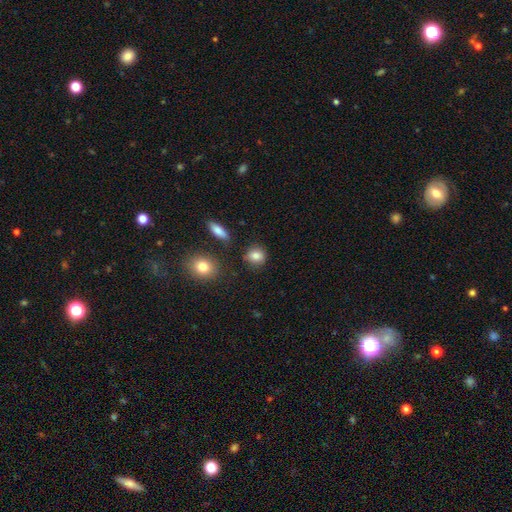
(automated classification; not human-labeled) A smooth galaxy with no disk features (83%) that is round (81%).

Vote fractions:
- Smooth or featured? smooth: 83% / star or artifact: 9% / featured or disk: 7%
- How rounded? round: 81% / in between: 17% / cigar-shaped: 2%
- Merging? none: 84% / minor disturbance: 10% / merger: 3% / major disturbance: 3%